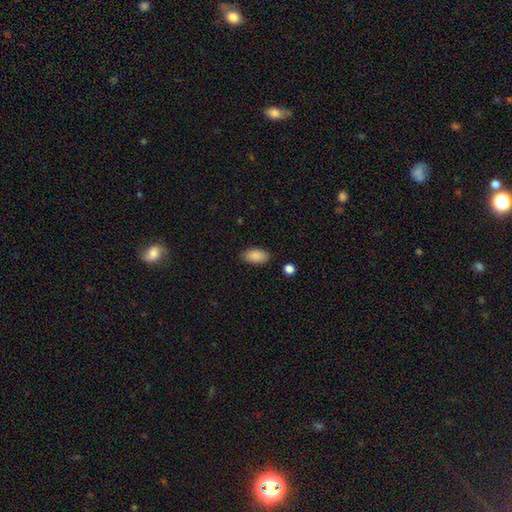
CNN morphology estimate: A smooth galaxy with no disk features (88%) that is in between round and cigar-shaped (93%). Merging: none (84%).